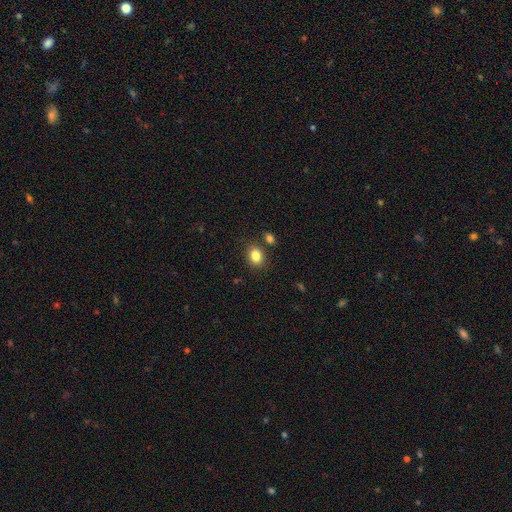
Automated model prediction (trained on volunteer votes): smooth_or_featured: smooth (p=0.84) [alt: star or artifact p=0.10]
how_rounded: in between (p=0.56) [alt: round p=0.43]
merging: none (p=0.78) [alt: minor disturbance p=0.11]